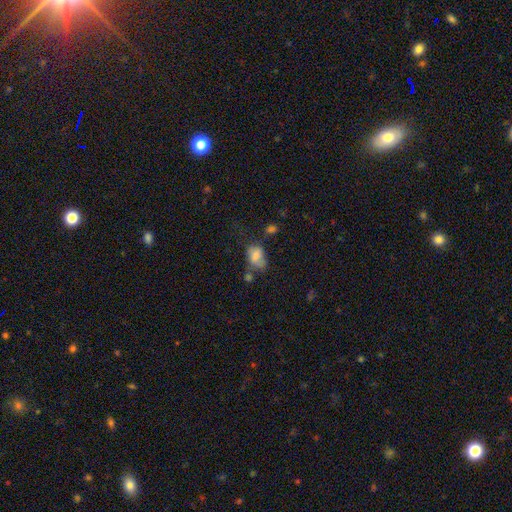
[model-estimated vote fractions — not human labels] This appears to be a smooth galaxy with no disk features (77%) that is in between round and cigar-shaped (79%). Merging: none (39%).